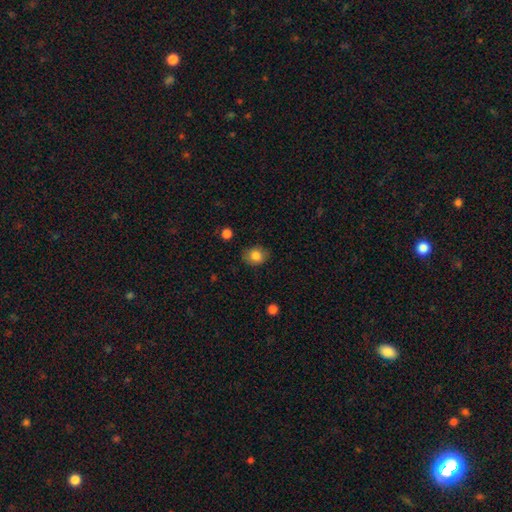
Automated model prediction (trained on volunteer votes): This is clearly a smooth galaxy (84%). How rounded: likely round (63%). Merging: clearly none (82%).